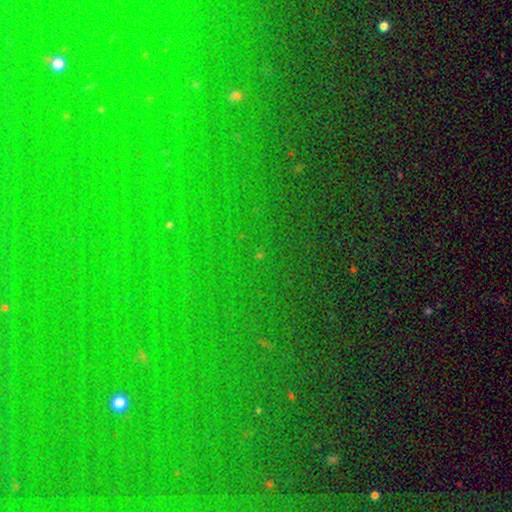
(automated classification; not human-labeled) Q: Smooth or featured?
A: star or artifact (79%); runner-up: smooth (12%)